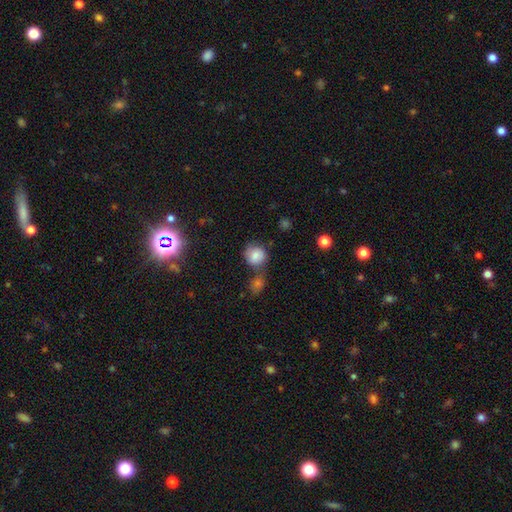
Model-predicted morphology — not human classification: Smooth or featured: smooth — 80% (star or artifact — 10%)
How rounded: round — 83% (in between — 16%)
Merging: none — 58% (merger — 20%)